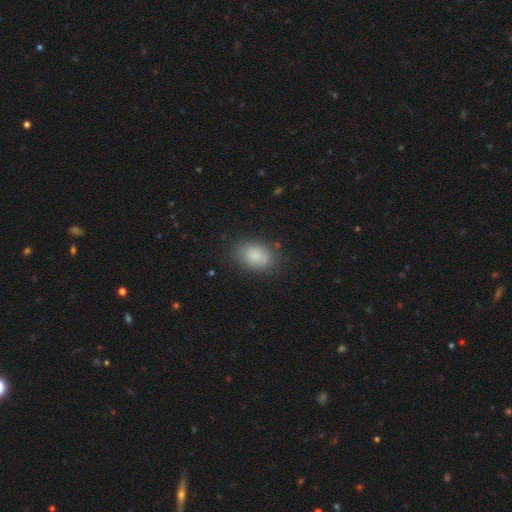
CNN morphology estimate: The model was most divided on "merging": none: 81%, minor disturbance: 13%, major disturbance: 4%, merger: 2%. More confident: smooth or featured — smooth (86%); how rounded — in between (84%).